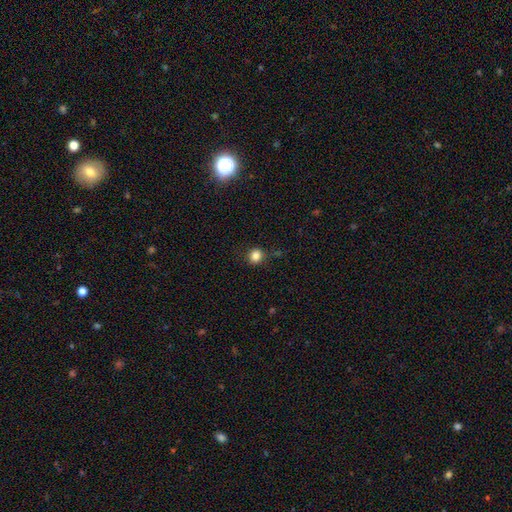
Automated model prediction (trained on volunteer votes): smooth_or_featured: smooth (p=0.83) [alt: star or artifact p=0.12]
how_rounded: round (p=0.85) [alt: in between p=0.14]
merging: none (p=0.82) [alt: minor disturbance p=0.12]